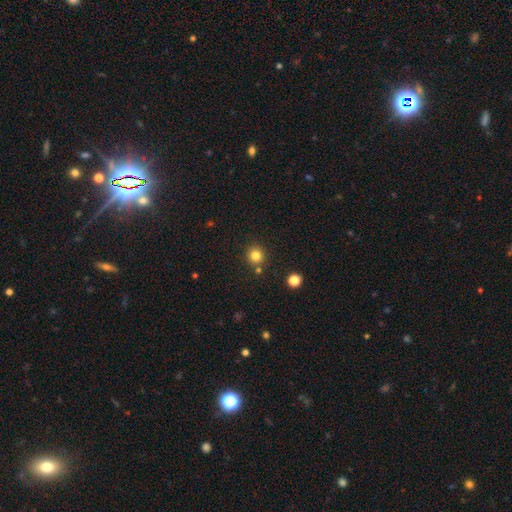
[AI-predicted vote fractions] Smooth or featured? smooth (81%)
How rounded? round (93%)
Merging? none (84%)